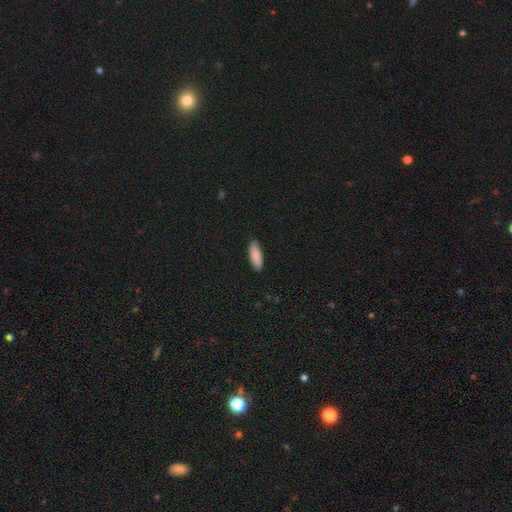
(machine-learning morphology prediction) smooth_or_featured: smooth (p=0.87) [alt: featured or disk p=0.07]
how_rounded: in between (p=0.57) [alt: cigar-shaped p=0.41]
merging: none (p=0.87) [alt: minor disturbance p=0.10]